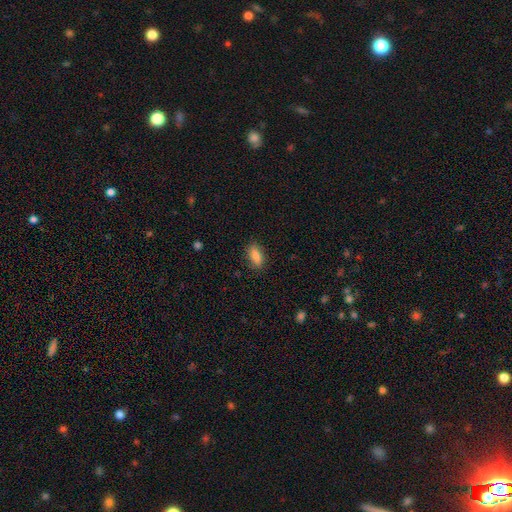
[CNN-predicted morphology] A smooth galaxy with no disk features (85%) that is in between round and cigar-shaped (80%).

Vote fractions:
- Smooth or featured? smooth: 85% / star or artifact: 8% / featured or disk: 7%
- How rounded? in between: 80% / cigar-shaped: 16% / round: 4%
- Merging? none: 86% / minor disturbance: 11% / major disturbance: 3% / merger: 1%